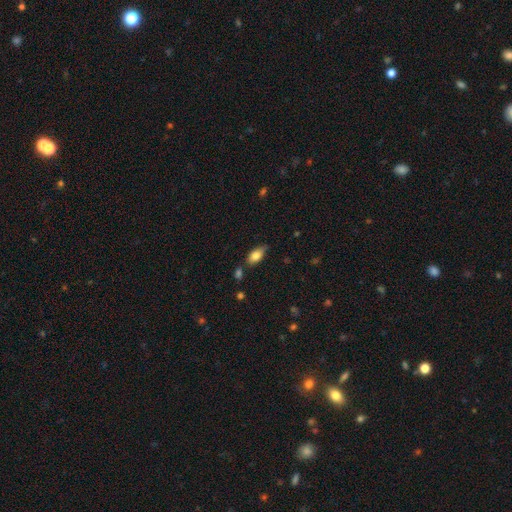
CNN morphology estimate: Q: Smooth or featured?
A: smooth (81%); runner-up: featured or disk (12%)
Q: How rounded?
A: in between (89%); runner-up: cigar-shaped (7%)
Q: Merging?
A: none (70%); runner-up: minor disturbance (20%)